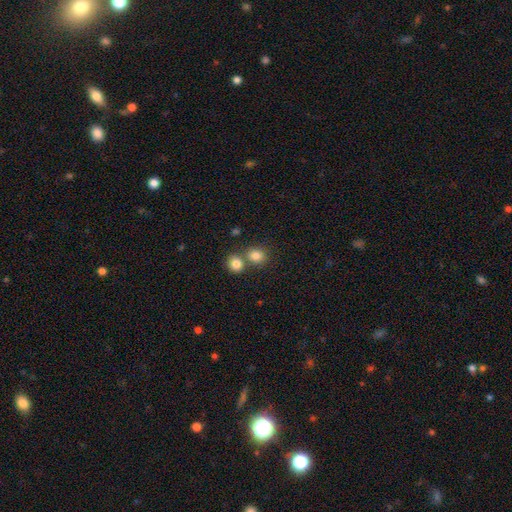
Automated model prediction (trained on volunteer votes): Overall: smooth (83%). How rounded: round (76%). Merging: none (58%; merger 32%).